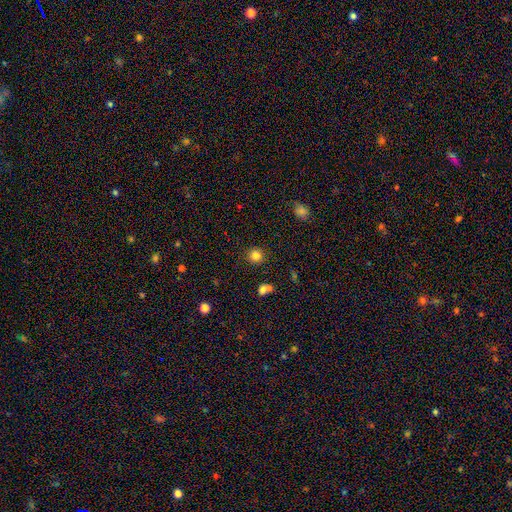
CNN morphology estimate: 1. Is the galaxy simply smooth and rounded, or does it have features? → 83% smooth, 12% star or artifact, 5% featured or disk.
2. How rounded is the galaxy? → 90% round, 9% in between, 1% cigar-shaped.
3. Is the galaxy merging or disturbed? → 87% none, 7% minor disturbance, 3% merger, 3% major disturbance.